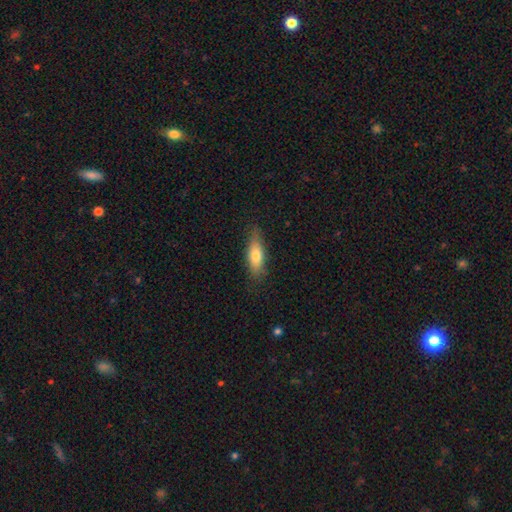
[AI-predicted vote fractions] A smooth galaxy with no disk features (71%) that is in between round and cigar-shaped (59%). Merging: none (76%).